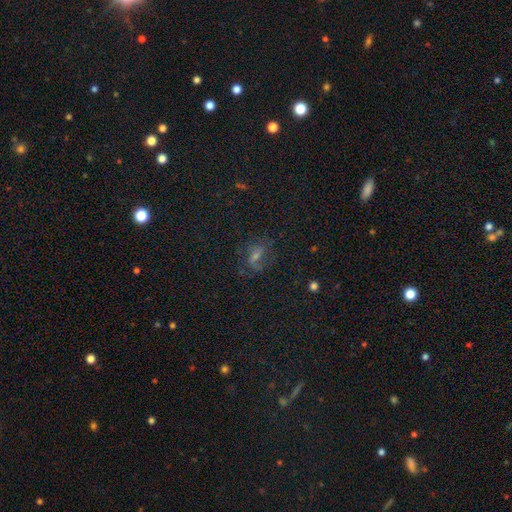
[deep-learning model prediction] Overall: featured or disk (37%; star or artifact 34%). Merging: none (67%).